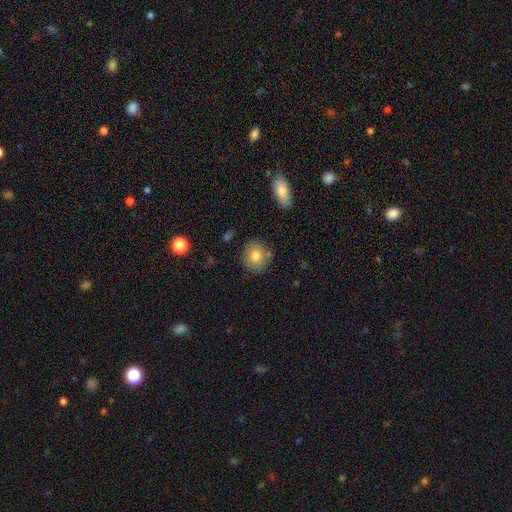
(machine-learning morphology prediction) Smooth or featured? smooth (78%)
How rounded? round (81%)
Merging? none (81%)